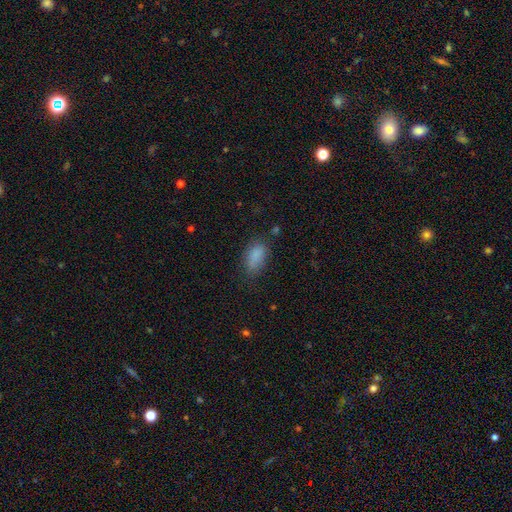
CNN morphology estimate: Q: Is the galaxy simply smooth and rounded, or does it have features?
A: smooth — 84%.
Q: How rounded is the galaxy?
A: in between — 89%.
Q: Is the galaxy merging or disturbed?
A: none — 64%.